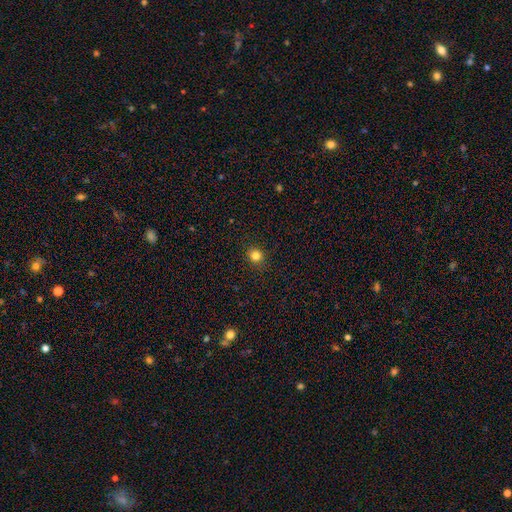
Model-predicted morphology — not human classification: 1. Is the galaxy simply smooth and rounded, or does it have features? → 83% smooth, 13% star or artifact, 4% featured or disk.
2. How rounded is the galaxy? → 86% round, 13% in between, 1% cigar-shaped.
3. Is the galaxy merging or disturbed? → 91% none, 6% minor disturbance, 2% major disturbance, 1% merger.